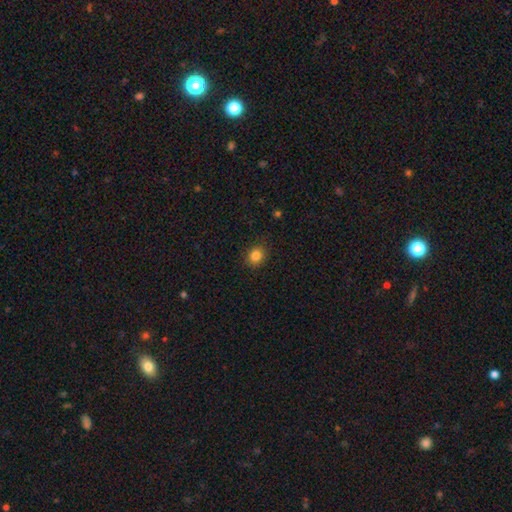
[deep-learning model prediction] Smooth or featured: smooth — 84% (star or artifact — 11%)
How rounded: round — 69% (in between — 30%)
Merging: none — 88% (minor disturbance — 8%)